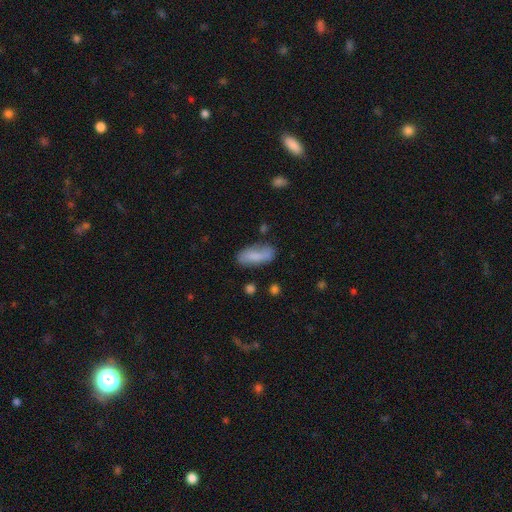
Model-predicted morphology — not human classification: Smooth or featured? smooth (75%)
How rounded? in between (77%)
Merging? none (66%)